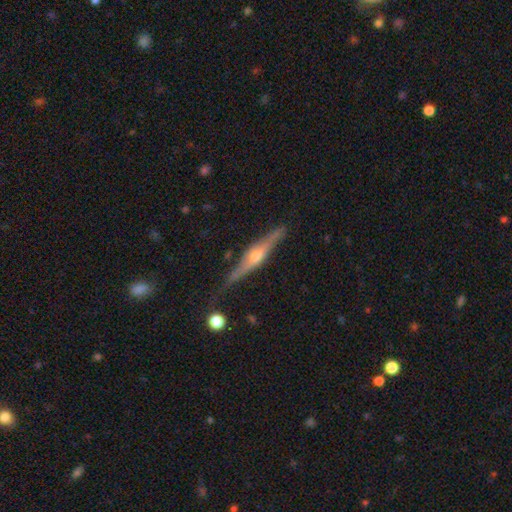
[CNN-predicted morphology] A featured or disk galaxy (81%) viewed edge-on (97%) with a rounded central bulge (88%).

Vote fractions:
- Smooth or featured? featured or disk: 81% / smooth: 13% / star or artifact: 6%
- Edge-on disk? yes: 97% / no: 3%
- Edge-on bulge? rounded: 88% / boxy: 7% / none: 5%
- Merging? none: 84% / minor disturbance: 12% / major disturbance: 3% / merger: 2%